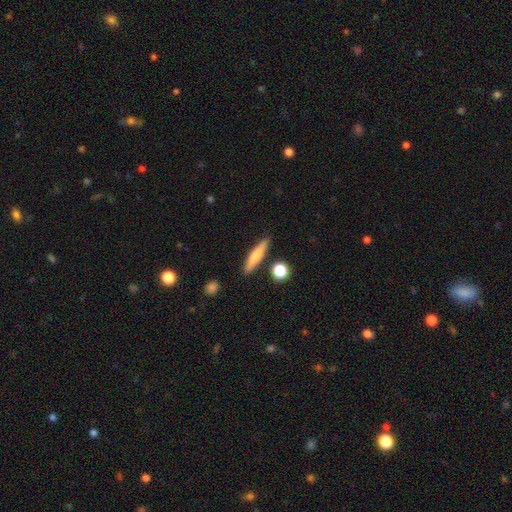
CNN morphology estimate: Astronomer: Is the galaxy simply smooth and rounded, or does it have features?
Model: smooth — 68%.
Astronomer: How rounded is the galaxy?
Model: cigar-shaped — 83%.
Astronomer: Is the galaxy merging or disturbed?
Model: none — 85%.